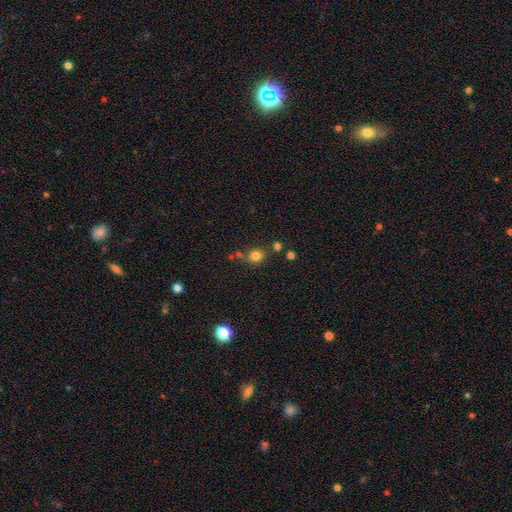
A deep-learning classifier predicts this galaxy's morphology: A smooth galaxy with no disk features (79%) that is round (82%). Merging: none (71%).